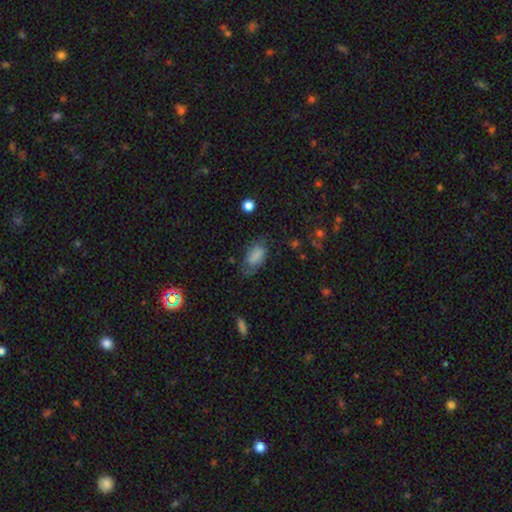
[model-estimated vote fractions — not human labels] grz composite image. It shows a smooth galaxy with no disk features (76%) that is in between round and cigar-shaped (91%). Merging: none (55%).